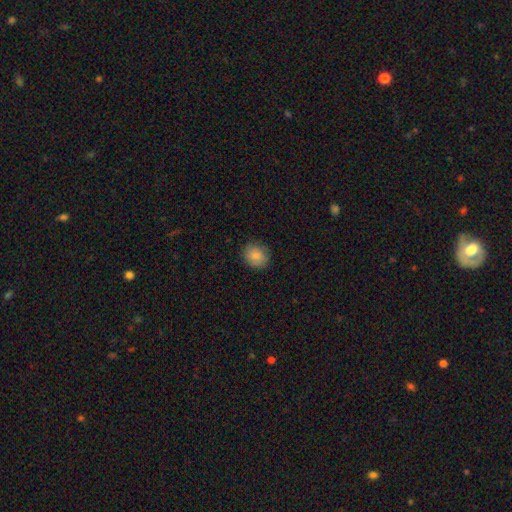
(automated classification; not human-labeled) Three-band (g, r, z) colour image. It shows a smooth galaxy with no disk features (83%) that is round (79%). Merging: none (85%).